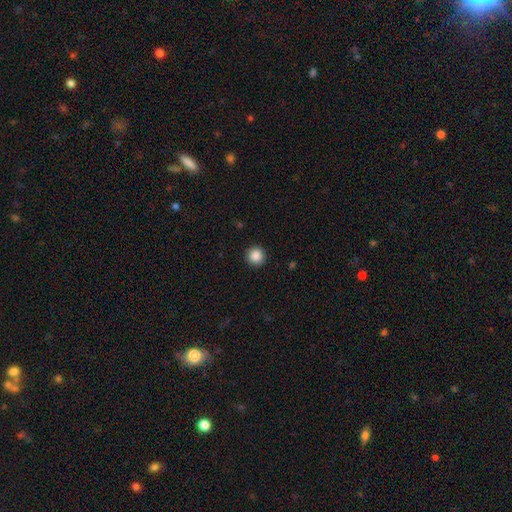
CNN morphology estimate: Smooth or featured? Predicted: smooth (p=0.88). How rounded? Predicted: round (p=0.95). Merging? Predicted: none (p=0.93).